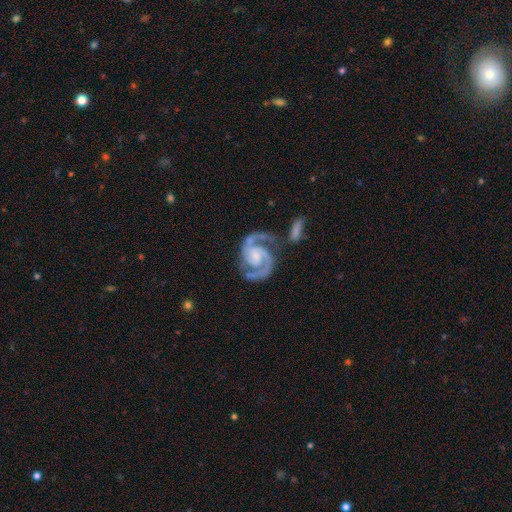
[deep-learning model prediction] featured or disk 93%, star or artifact 4%, smooth 3%. Down the decision tree: edge-on disk — no (98%); bar — no (56%); spiral arms — yes (99%); spiral arm count — 2 (93%); spiral winding — medium (53%); bulge size — small (51%); merging — none (66%).